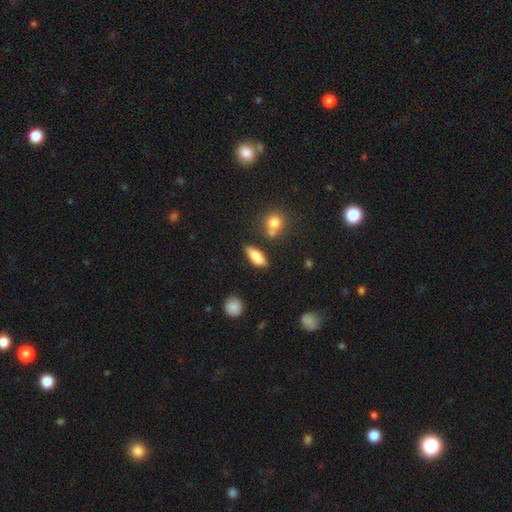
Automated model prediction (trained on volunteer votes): smooth 74%, featured or disk 19%, star or artifact 7%. Down the decision tree: how rounded — in between (70%); merging — none (73%).